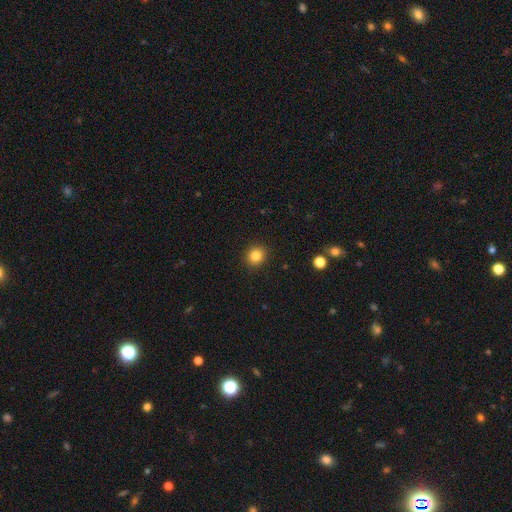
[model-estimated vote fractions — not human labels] Q: Smooth or featured?
A: smooth (84%); runner-up: star or artifact (11%)
Q: How rounded?
A: round (86%); runner-up: in between (13%)
Q: Merging?
A: none (91%); runner-up: minor disturbance (6%)